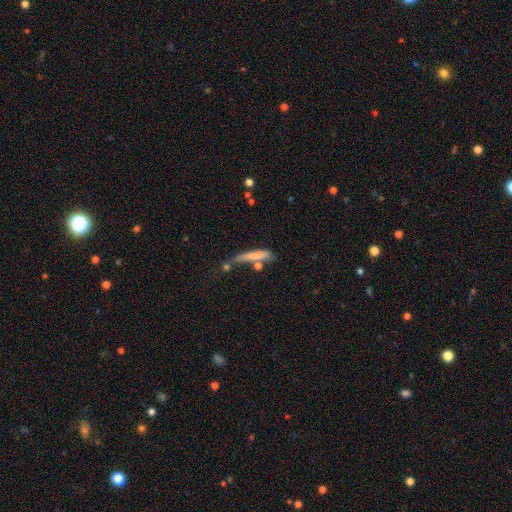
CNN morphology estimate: The model was most divided on "merging": none: 45%, minor disturbance: 22%, merger: 20%, major disturbance: 13%. More confident: how rounded — cigar-shaped (86%); smooth or featured — smooth (66%).